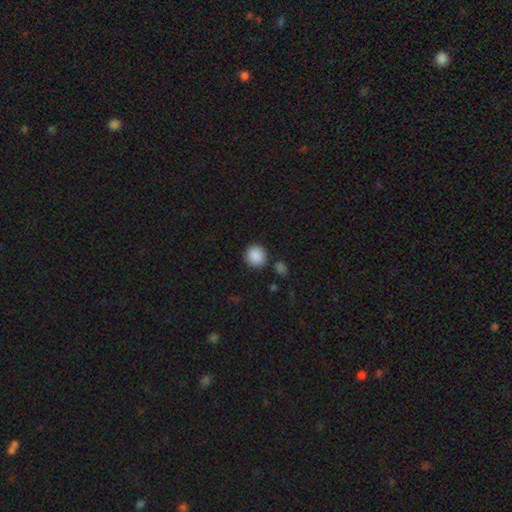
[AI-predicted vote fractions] This appears to be a smooth galaxy with no disk features (89%) that is round (93%). Merging: none (86%).